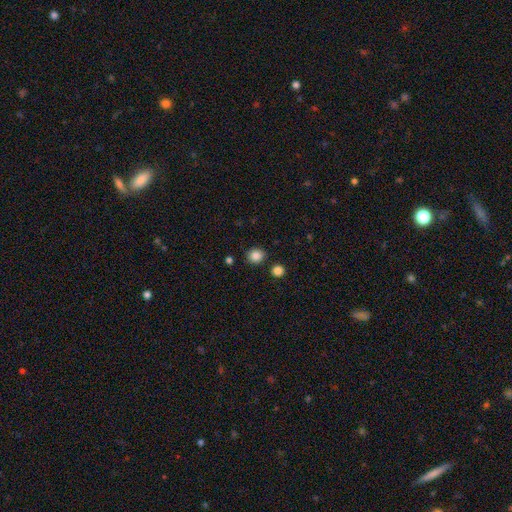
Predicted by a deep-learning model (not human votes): smooth_or_featured: smooth (p=0.85) [alt: star or artifact p=0.11]
how_rounded: round (p=0.85) [alt: in between p=0.14]
merging: none (p=0.86) [alt: minor disturbance p=0.07]